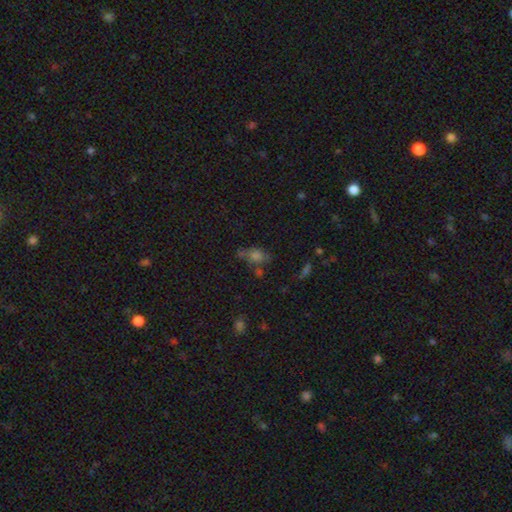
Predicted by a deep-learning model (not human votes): Smooth or featured?
  - smooth: 57% *
  - star or artifact: 27%
  - featured or disk: 17%
How rounded?
  - in between: 64% *
  - round: 28%
  - cigar-shaped: 8%
Merging?
  - none: 53% *
  - minor disturbance: 21%
  - merger: 16%
  - major disturbance: 11%